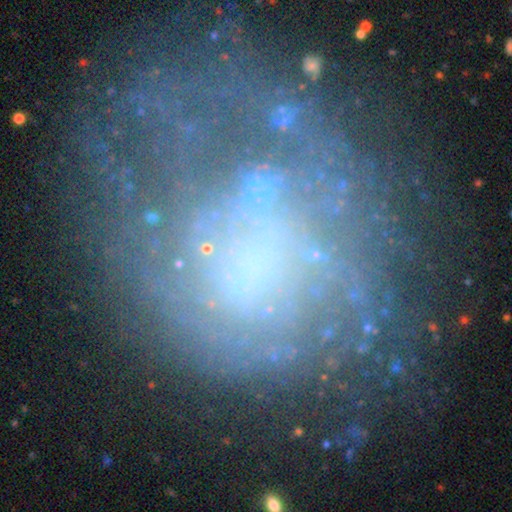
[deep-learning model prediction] This appears to be a featured or disk galaxy (63%) with no bar (79%), no spiral arms (65%) and no central bulge (58%). Merging: none (49%).